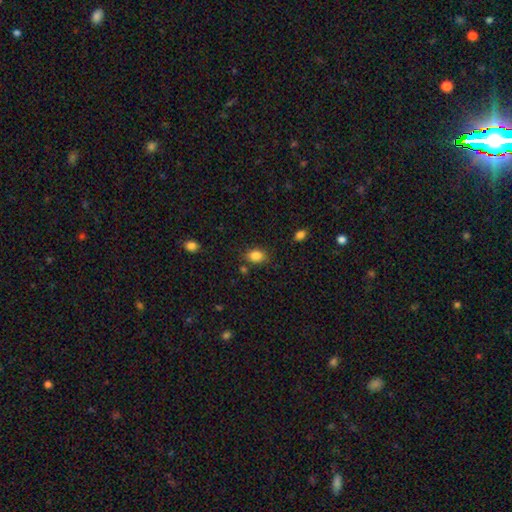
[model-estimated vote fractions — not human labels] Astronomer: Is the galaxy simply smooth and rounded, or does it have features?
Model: smooth — 85%.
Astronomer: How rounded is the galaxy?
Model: in between — 71%.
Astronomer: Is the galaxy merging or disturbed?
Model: none — 77%.